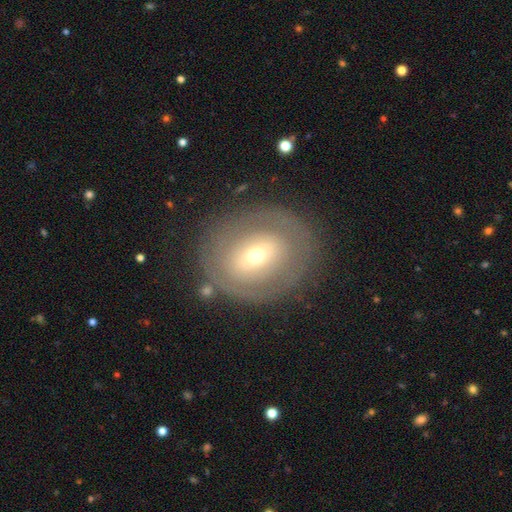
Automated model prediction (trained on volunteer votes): Smooth or featured: featured or disk — 55% (smooth — 37%)
Edge-on disk: no — 93% (yes — 7%)
Bar: no — 54% (weak — 30%)
Spiral arms: no — 75% (yes — 25%)
Bulge size: small — 50% (moderate — 43%)
Merging: none — 78% (minor disturbance — 13%)